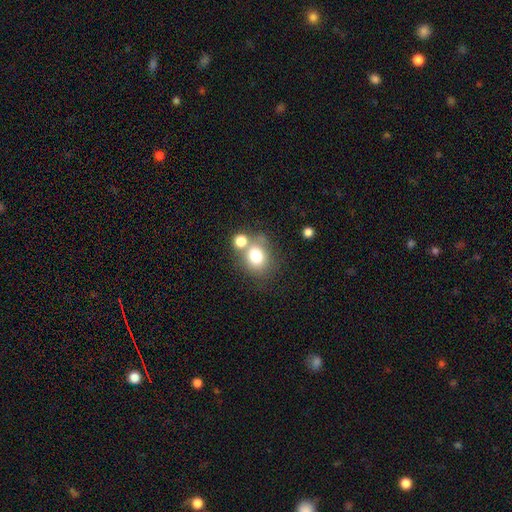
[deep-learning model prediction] A smooth galaxy with no disk features (76%) that is round (65%).

Vote fractions:
- Smooth or featured? smooth: 76% / featured or disk: 12% / star or artifact: 11%
- How rounded? round: 65% / in between: 34% / cigar-shaped: 1%
- Merging? none: 51% / merger: 32% / minor disturbance: 12% / major disturbance: 5%